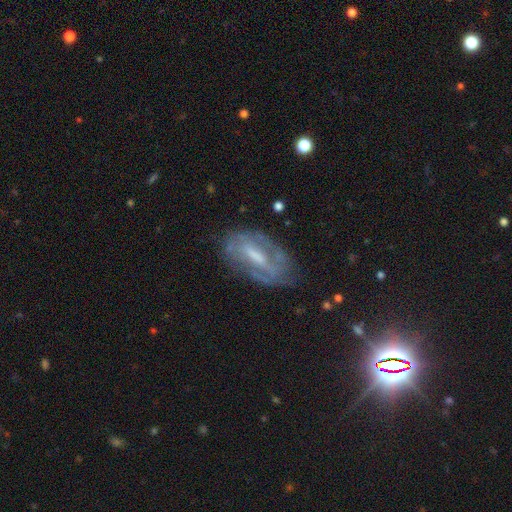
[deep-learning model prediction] The model was most divided on "bar": weak: 43%, strong: 37%, no: 20%. Remaining: edge-on disk — no (90%); smooth or featured — featured or disk (70%); spiral arms — yes (68%); merging — none (66%); bulge size — moderate (42%).